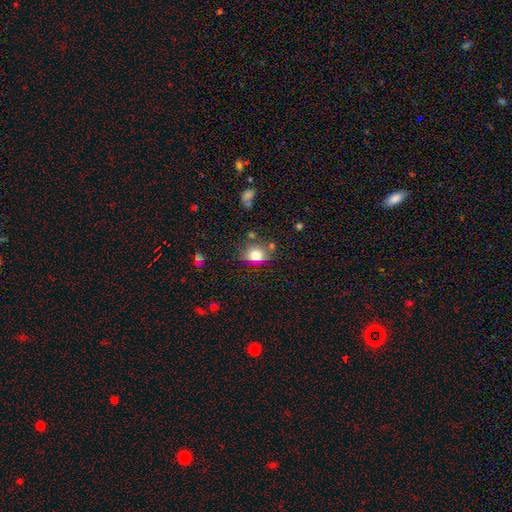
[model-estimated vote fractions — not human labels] A smooth galaxy with no disk features (78%) that is round (60%). Merging: none (69%).